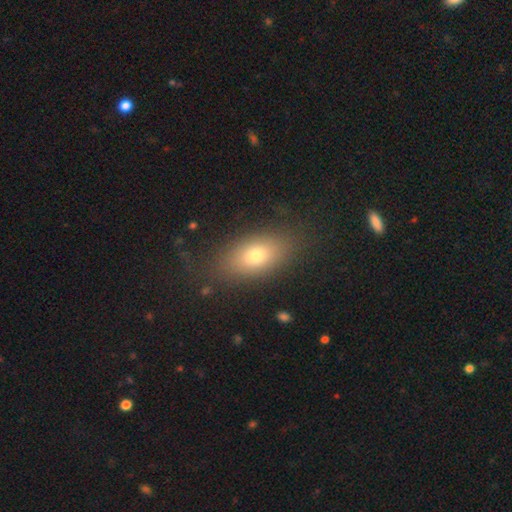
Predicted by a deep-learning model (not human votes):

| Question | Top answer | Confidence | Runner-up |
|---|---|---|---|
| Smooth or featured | smooth | 73% | featured or disk (16%) |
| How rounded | in between | 84% | round (9%) |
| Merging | none | 82% | minor disturbance (12%) |